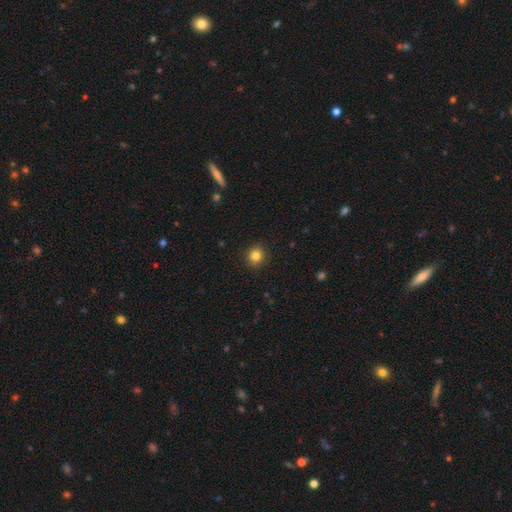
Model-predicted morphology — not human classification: Smooth or featured: smooth — 83% (star or artifact — 12%)
How rounded: round — 88% (in between — 11%)
Merging: none — 91% (minor disturbance — 6%)